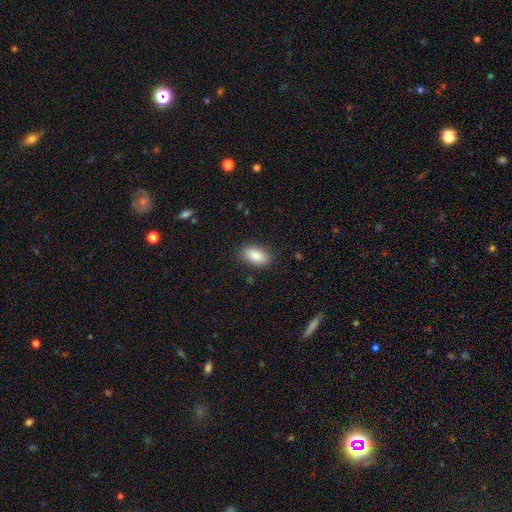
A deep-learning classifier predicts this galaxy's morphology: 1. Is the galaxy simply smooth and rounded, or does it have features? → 87% smooth, 7% star or artifact, 6% featured or disk.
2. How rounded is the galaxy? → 92% in between, 5% round, 3% cigar-shaped.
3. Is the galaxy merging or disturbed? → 86% none, 10% minor disturbance, 3% major disturbance, 1% merger.